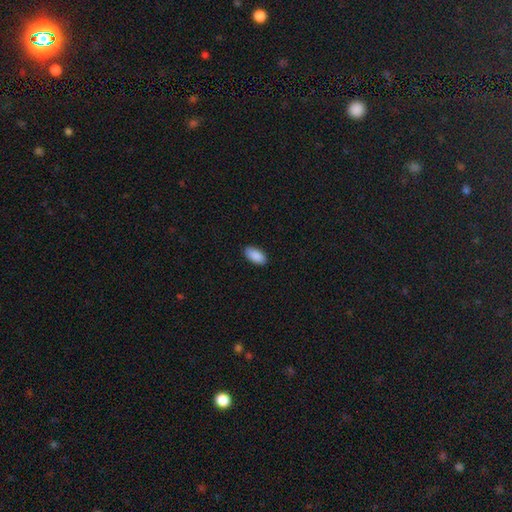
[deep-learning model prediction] A smooth galaxy with no disk features (90%) that is in between round and cigar-shaped (95%). Merging: none (88%).